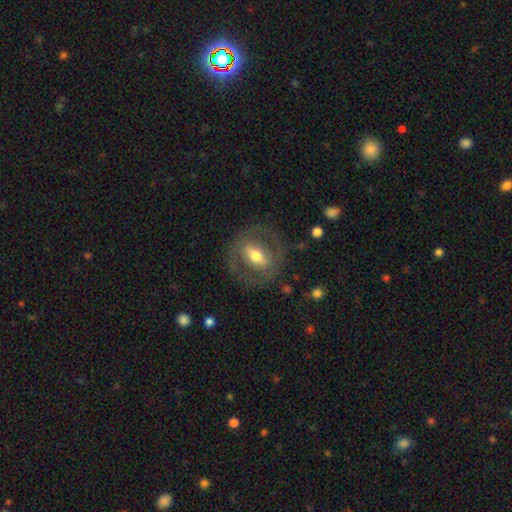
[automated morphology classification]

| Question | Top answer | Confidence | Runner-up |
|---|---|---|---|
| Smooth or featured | featured or disk | 64% | smooth (30%) |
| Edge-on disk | no | 89% | yes (11%) |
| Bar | strong | 47% | weak (31%) |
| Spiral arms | no | 61% | yes (39%) |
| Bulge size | moderate | 66% | large (15%) |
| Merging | none | 75% | minor disturbance (13%) |